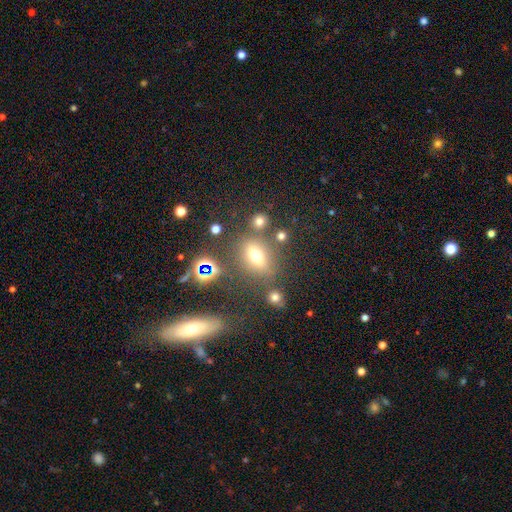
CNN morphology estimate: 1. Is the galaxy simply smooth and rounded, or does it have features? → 53% smooth, 24% star or artifact, 23% featured or disk.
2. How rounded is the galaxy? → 61% in between, 28% round, 11% cigar-shaped.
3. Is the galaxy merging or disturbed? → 70% none, 13% minor disturbance, 9% merger, 7% major disturbance.